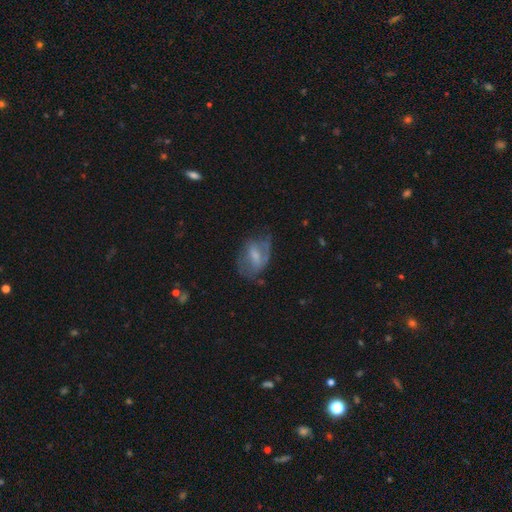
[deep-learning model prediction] smooth_or_featured: featured or disk (p=0.53) [alt: smooth p=0.39]
disk_edge_on: no (p=0.95) [alt: yes p=0.05]
bar: weak (p=0.48) [alt: no p=0.31]
has_spiral_arms: yes (p=0.62) [alt: no p=0.38]
bulge_size: moderate (p=0.39) [alt: small p=0.33]
merging: none (p=0.47) [alt: minor disturbance p=0.28]